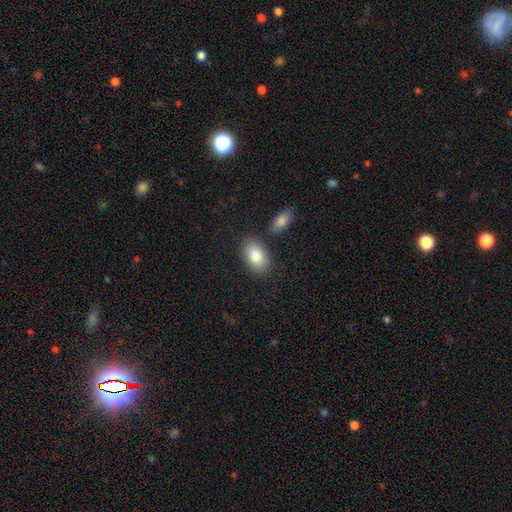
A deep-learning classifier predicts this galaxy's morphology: Overall: smooth (83%). How rounded: in between (92%). Merging: none (80%).